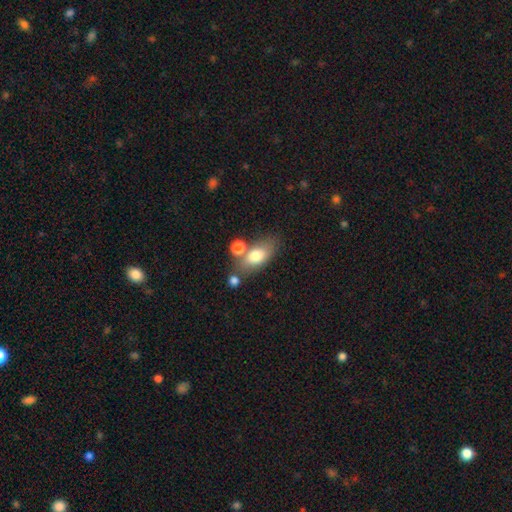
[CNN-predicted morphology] Smooth or featured: smooth — 74% (featured or disk — 18%)
How rounded: in between — 83% (round — 9%)
Merging: none — 60% (merger — 18%)